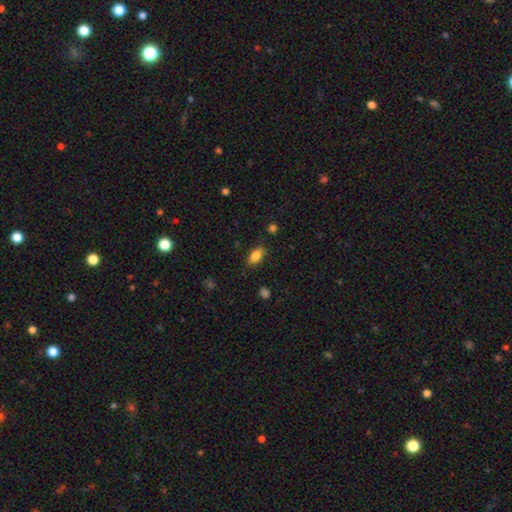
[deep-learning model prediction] This appears to be a smooth galaxy with no disk features (84%) that is in between round and cigar-shaped (88%). Merging: none (83%).